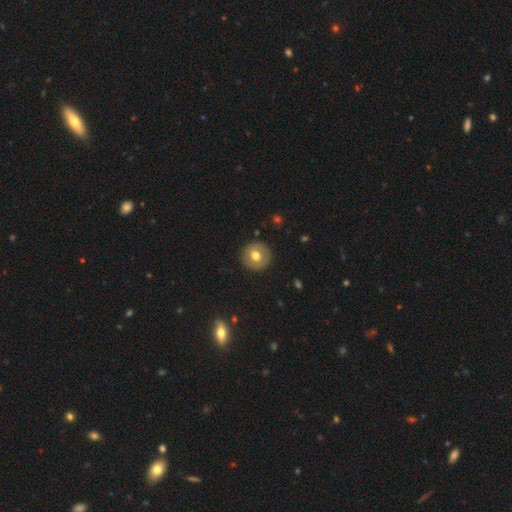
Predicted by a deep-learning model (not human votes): smooth_or_featured: smooth (p=0.64) [alt: featured or disk p=0.28]
how_rounded: round (p=0.94) [alt: in between p=0.05]
merging: none (p=0.90) [alt: minor disturbance p=0.07]